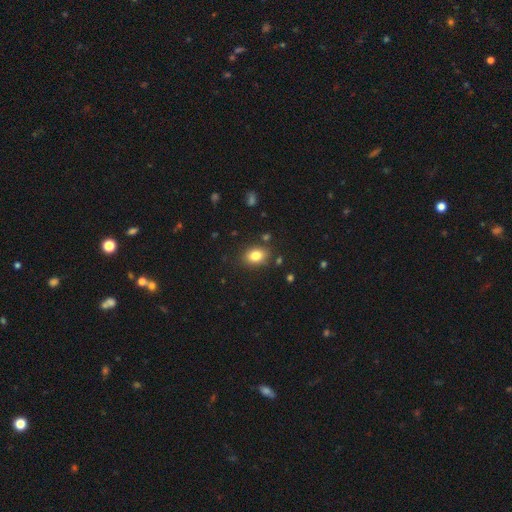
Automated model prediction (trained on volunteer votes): smooth-or-featured: smooth: 82% | star or artifact: 10% | featured or disk: 8%
  how-rounded: in between: 73% | round: 26% | cigar-shaped: 1%
  merging: none: 84% | minor disturbance: 10% | major disturbance: 3% | merger: 2%